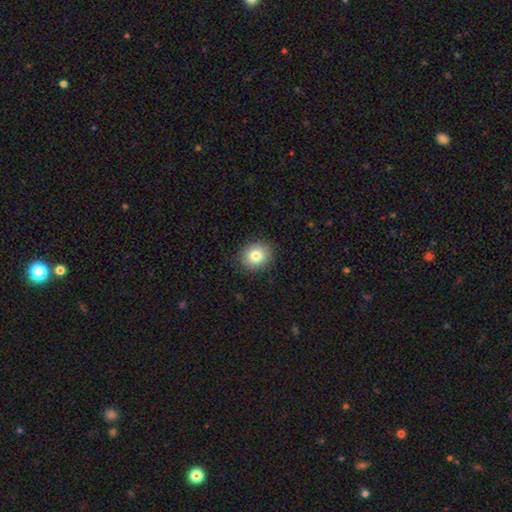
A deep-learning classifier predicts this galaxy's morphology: A smooth galaxy with no disk features (82%) that is round (82%). Merging: none (90%).